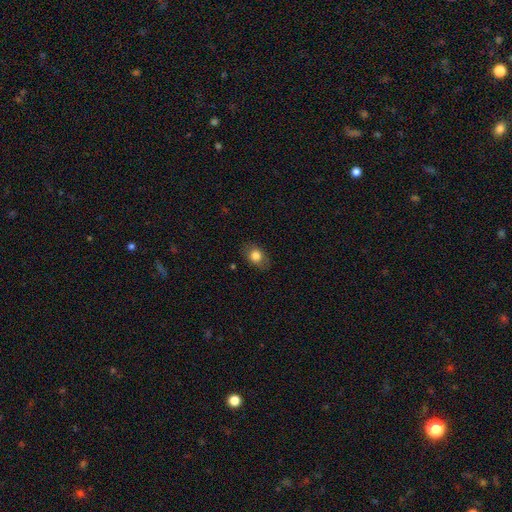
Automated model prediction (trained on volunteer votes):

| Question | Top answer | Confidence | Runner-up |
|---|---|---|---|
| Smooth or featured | smooth | 80% | featured or disk (12%) |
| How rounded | in between | 70% | round (29%) |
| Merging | none | 82% | minor disturbance (14%) |